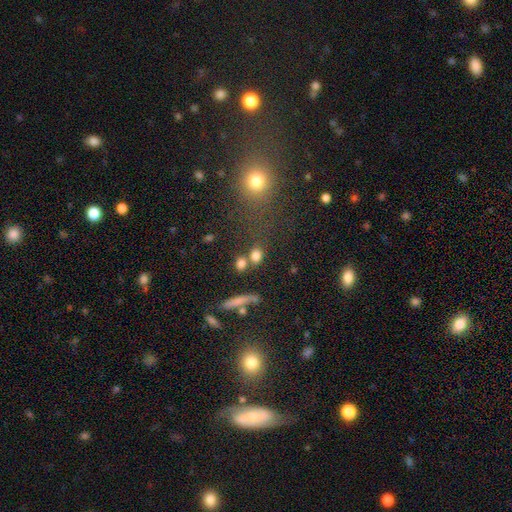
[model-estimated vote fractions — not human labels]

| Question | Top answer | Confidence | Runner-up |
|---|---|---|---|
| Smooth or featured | smooth | 78% | star or artifact (13%) |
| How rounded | round | 53% | in between (40%) |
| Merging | none | 58% | merger (27%) |